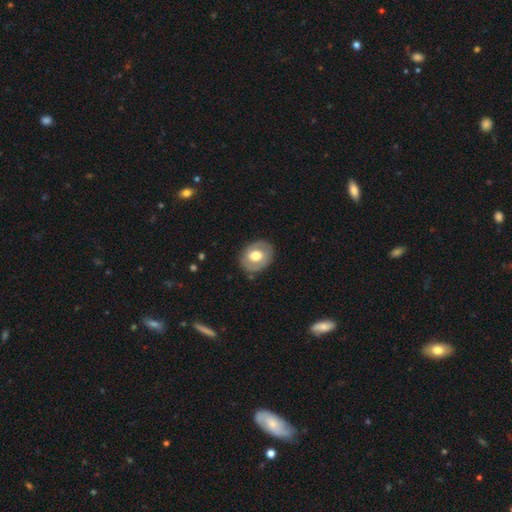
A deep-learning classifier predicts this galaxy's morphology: The model was most divided on "how rounded": round: 52%, in between: 48%, cigar-shaped: 1%. More confident: merging — none (83%); smooth or featured — smooth (56%).